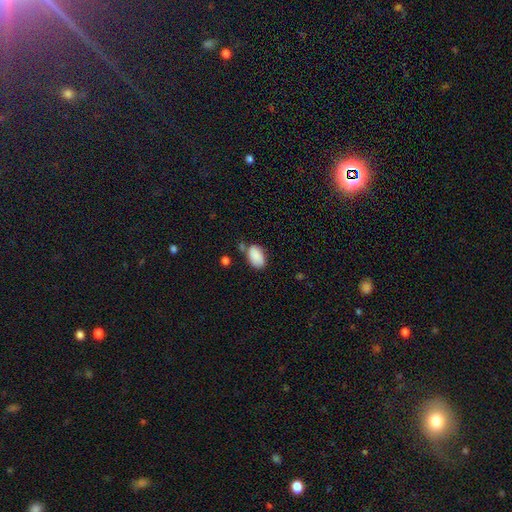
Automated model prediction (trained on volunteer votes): This appears to be a smooth galaxy with no disk features (88%) that is in between round and cigar-shaped (92%). Merging: none (62%).